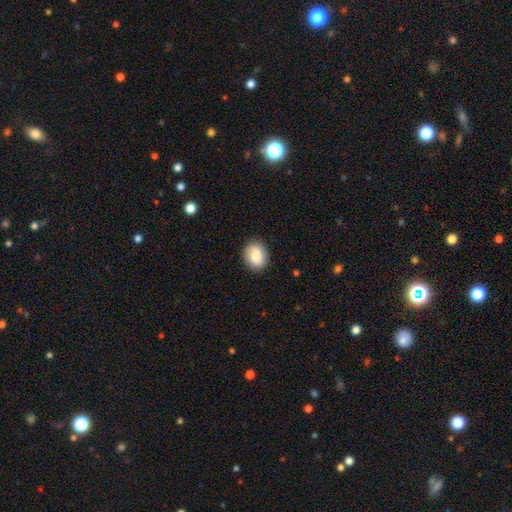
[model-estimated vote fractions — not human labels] Overall: smooth (82%). How rounded: in between (59%; round 40%). Merging: none (87%).